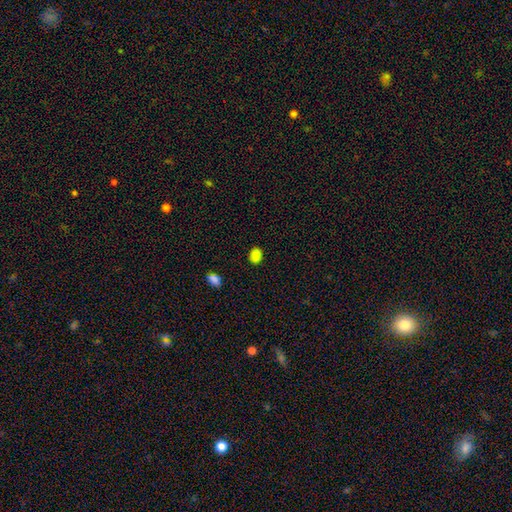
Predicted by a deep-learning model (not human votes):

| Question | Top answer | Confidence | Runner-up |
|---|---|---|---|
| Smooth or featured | smooth | 83% | star or artifact (14%) |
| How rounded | in between | 70% | round (28%) |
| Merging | none | 84% | minor disturbance (12%) |